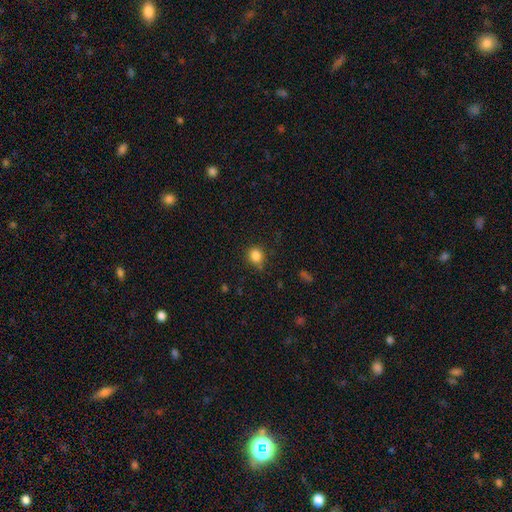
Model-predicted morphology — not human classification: The model was most divided on "how rounded": round: 82%, in between: 17%, cigar-shaped: 1%. More confident: smooth or featured — smooth (85%); merging — none (80%).